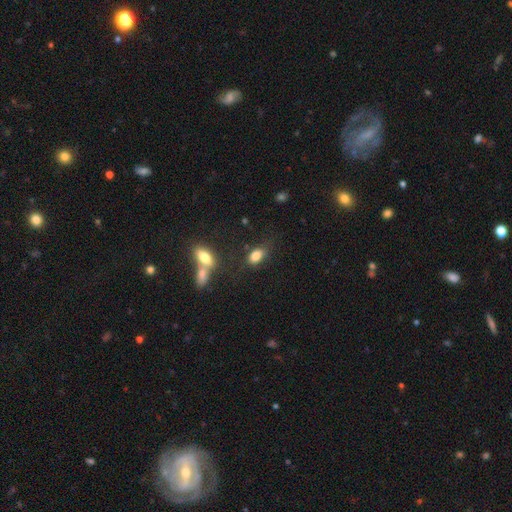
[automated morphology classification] A smooth galaxy with no disk features (84%) that is in between round and cigar-shaped (87%).

Vote fractions:
- Smooth or featured? smooth: 84% / star or artifact: 8% / featured or disk: 7%
- How rounded? in between: 87% / round: 9% / cigar-shaped: 4%
- Merging? none: 65% / minor disturbance: 18% / merger: 10% / major disturbance: 7%